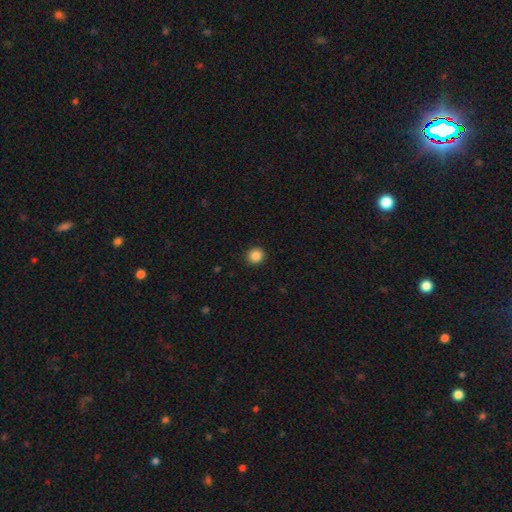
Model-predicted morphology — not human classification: Smooth or featured?
  - smooth: 87% *
  - star or artifact: 10%
  - featured or disk: 4%
How rounded?
  - round: 91% *
  - in between: 9%
  - cigar-shaped: 1%
Merging?
  - none: 92% *
  - minor disturbance: 5%
  - major disturbance: 2%
  - merger: 1%